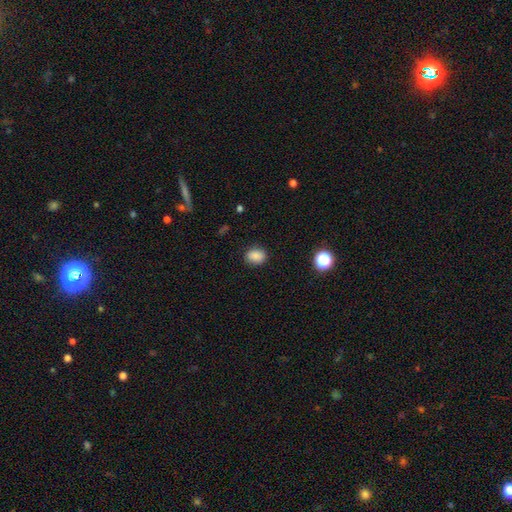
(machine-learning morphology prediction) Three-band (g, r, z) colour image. It shows a smooth galaxy with no disk features (87%) that is in between round and cigar-shaped (54%). Merging: none (86%).